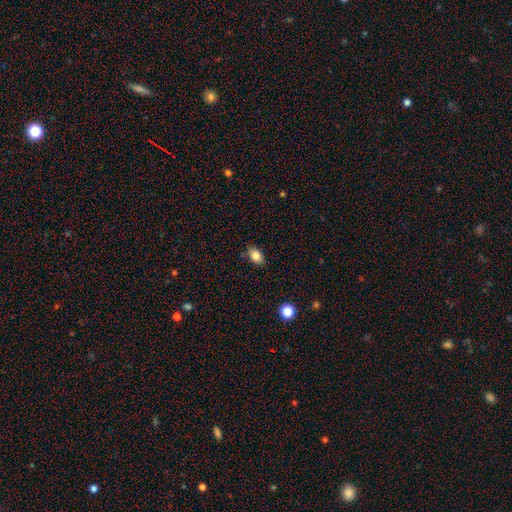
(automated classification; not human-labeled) The model was most divided on "merging": none: 82%, minor disturbance: 14%, major disturbance: 3%, merger: 2%. More confident: how rounded — in between (85%); smooth or featured — smooth (84%).